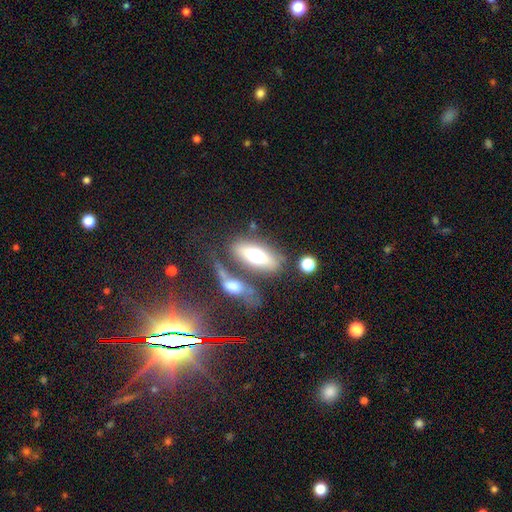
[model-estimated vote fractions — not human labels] smooth_or_featured: smooth (p=0.55) [alt: featured or disk p=0.37]
how_rounded: in between (p=0.73) [alt: cigar-shaped p=0.23]
merging: none (p=0.51) [alt: merger p=0.24]